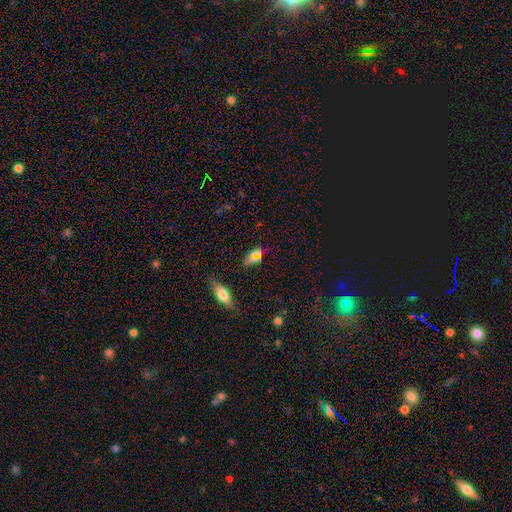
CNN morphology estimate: Smooth or featured? smooth (56%)
How rounded? in between (73%)
Merging? none (75%)